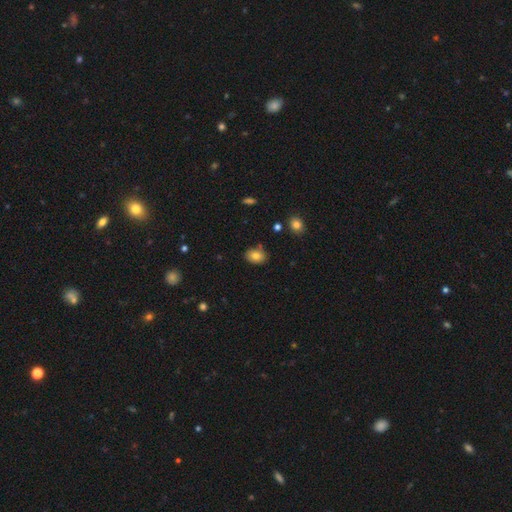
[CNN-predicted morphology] smooth-or-featured: smooth: 80% | star or artifact: 10% | featured or disk: 10%
  how-rounded: in between: 69% | round: 30% | cigar-shaped: 1%
  merging: none: 81% | minor disturbance: 13% | merger: 4% | major disturbance: 2%